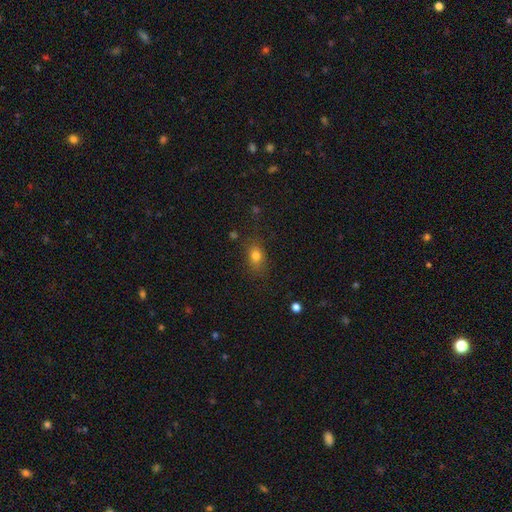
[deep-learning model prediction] smooth 79%, star or artifact 12%, featured or disk 9%. Down the decision tree: how rounded — in between (67%); merging — none (73%).